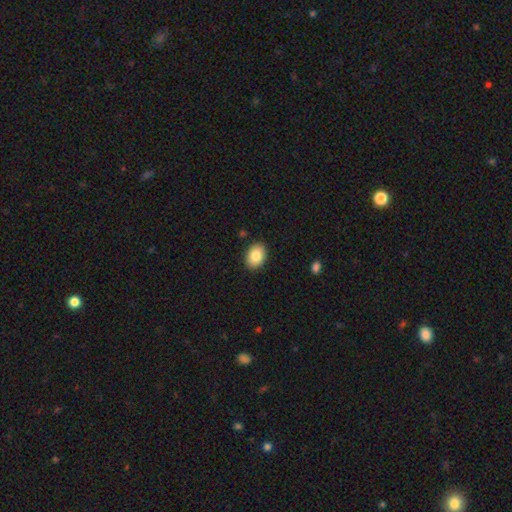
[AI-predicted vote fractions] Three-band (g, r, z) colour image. It shows a smooth galaxy with no disk features (86%) that is in between round and cigar-shaped (73%). Merging: none (89%).